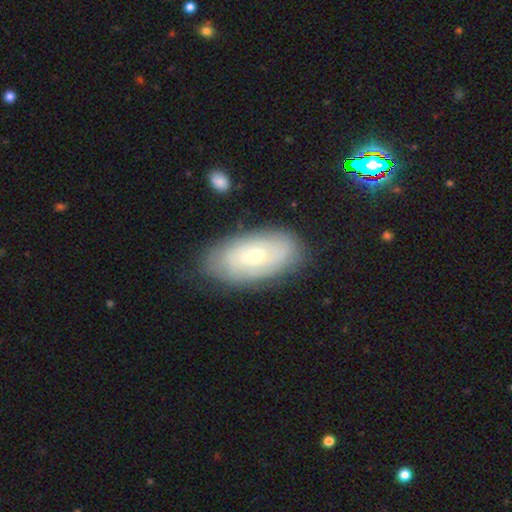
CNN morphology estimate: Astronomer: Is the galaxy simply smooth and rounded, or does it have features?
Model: featured or disk — 54% (runner-up: smooth, 38%).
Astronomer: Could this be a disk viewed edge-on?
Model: no — 91%.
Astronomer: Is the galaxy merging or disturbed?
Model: none — 77%.